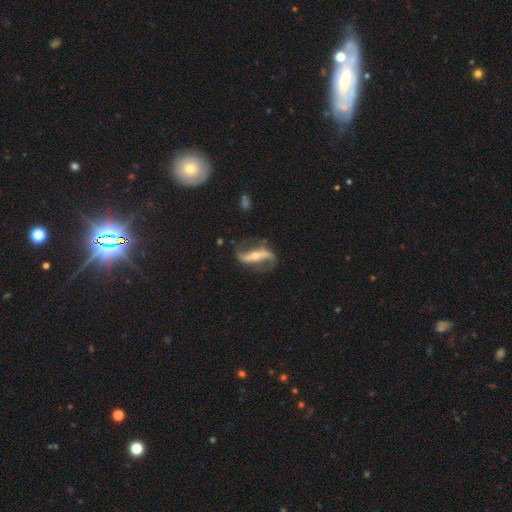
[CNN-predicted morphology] Q: Smooth or featured?
A: featured or disk (87%); runner-up: smooth (8%)
Q: Edge-on disk?
A: no (85%); runner-up: yes (15%)
Q: Bar?
A: strong (64%); runner-up: no (19%)
Q: Spiral arms?
A: yes (93%); runner-up: no (7%)
Q: Spiral winding?
A: loose (76%); runner-up: medium (17%)
Q: Spiral arm count?
A: 2 (92%); runner-up: 1 (3%)
Q: Bulge size?
A: small (48%); runner-up: moderate (45%)
Q: Merging?
A: none (74%); runner-up: minor disturbance (15%)